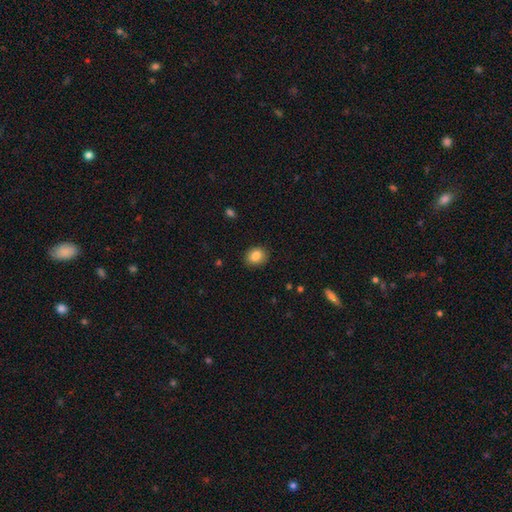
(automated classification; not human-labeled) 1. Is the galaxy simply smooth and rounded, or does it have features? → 85% smooth, 9% star or artifact, 6% featured or disk.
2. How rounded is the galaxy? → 55% round, 44% in between, 1% cigar-shaped.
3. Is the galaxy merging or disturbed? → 88% none, 9% minor disturbance, 2% major disturbance, 1% merger.